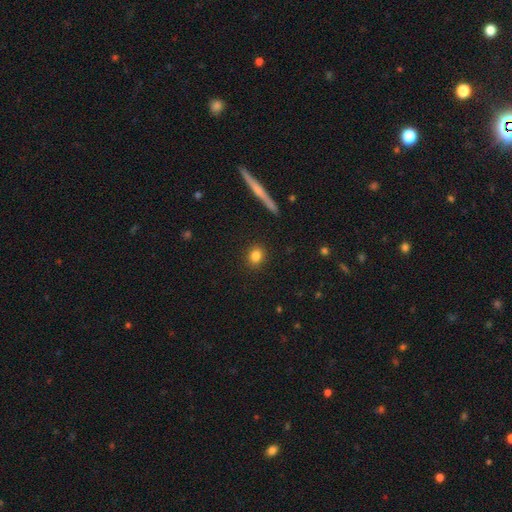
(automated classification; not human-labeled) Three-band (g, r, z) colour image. It shows a smooth galaxy with no disk features (83%) that is round (70%). Merging: none (91%).